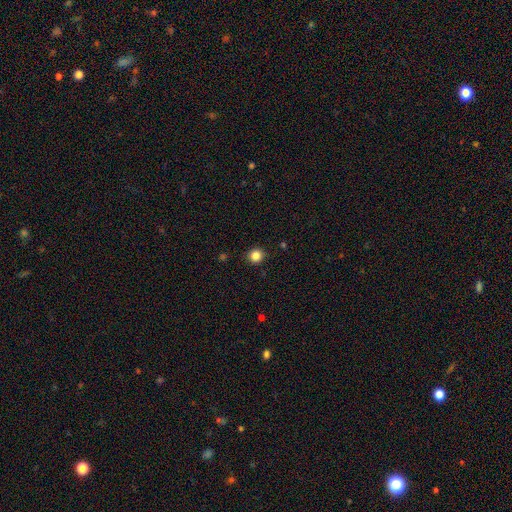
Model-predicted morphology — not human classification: This appears to be a smooth galaxy with no disk features (85%) that is round (90%). Merging: none (91%).